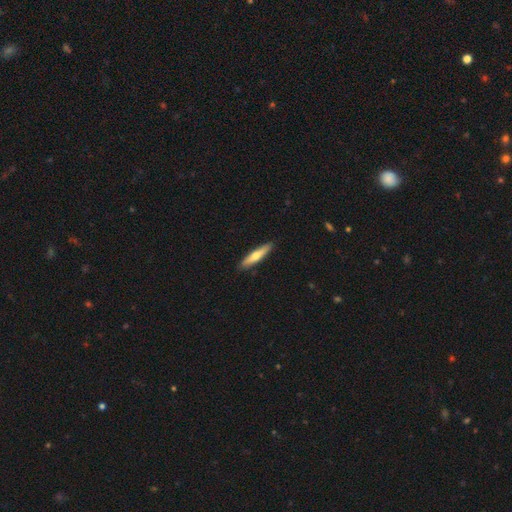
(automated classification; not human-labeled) Q: Smooth or featured?
A: smooth (60%); runner-up: featured or disk (35%)
Q: How rounded?
A: cigar-shaped (85%); runner-up: in between (14%)
Q: Merging?
A: none (90%); runner-up: minor disturbance (8%)